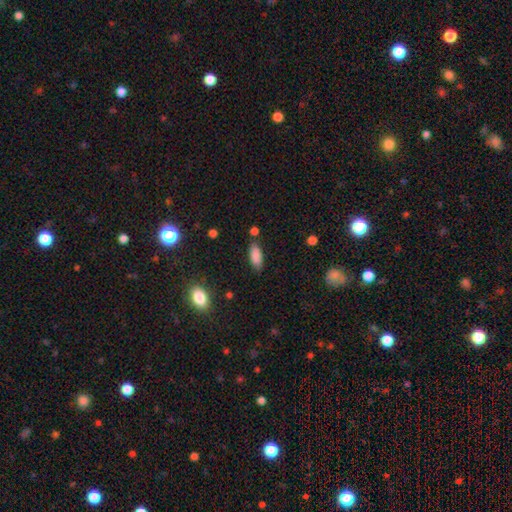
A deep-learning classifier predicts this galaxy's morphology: Smooth or featured? Predicted: smooth (p=0.87). How rounded? Predicted: in between (p=0.80). Merging? Predicted: none (p=0.79).